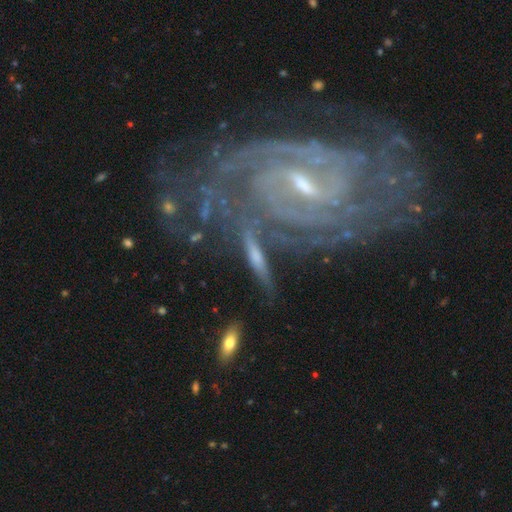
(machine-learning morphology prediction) featured or disk 60%, smooth 30%, star or artifact 10%. Down the decision tree: edge-on disk — yes (55%); merging — none (64%).